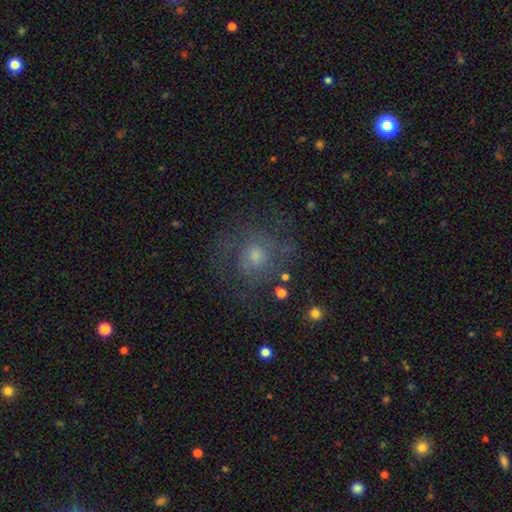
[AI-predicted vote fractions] Smooth or featured? Predicted: featured or disk (p=0.53). Edge-on disk? Predicted: no (p=0.97). Bar? Predicted: no (p=0.80). Spiral arms? Predicted: yes (p=0.73). Bulge size? Predicted: moderate (p=0.50). Merging? Predicted: none (p=0.66).